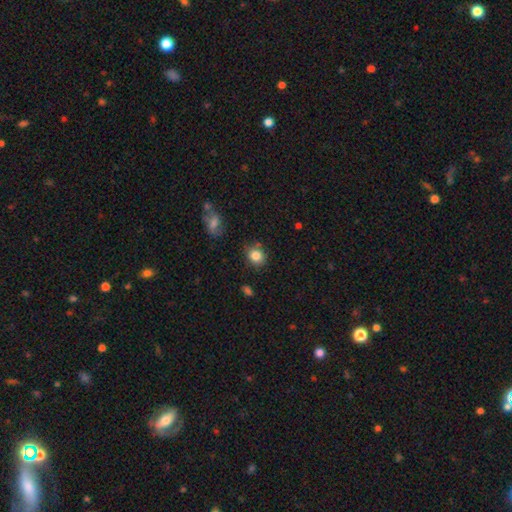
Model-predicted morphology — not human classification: Smooth or featured? Predicted: smooth (p=0.83). How rounded? Predicted: round (p=0.68). Merging? Predicted: none (p=0.76).